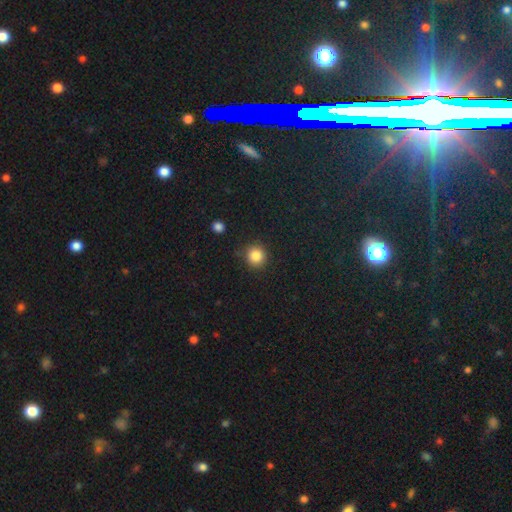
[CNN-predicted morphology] smooth_or_featured: smooth (p=0.85) [alt: star or artifact p=0.10]
how_rounded: round (p=0.92) [alt: in between p=0.07]
merging: none (p=0.86) [alt: minor disturbance p=0.09]